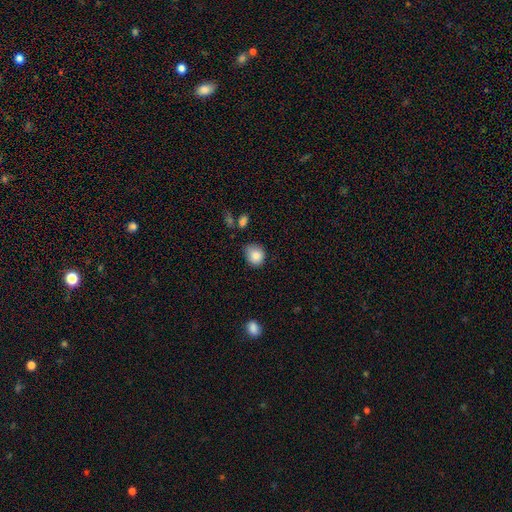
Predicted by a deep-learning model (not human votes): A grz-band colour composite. It shows a smooth galaxy with no disk features (84%) that is round (70%). Merging: none (60%).